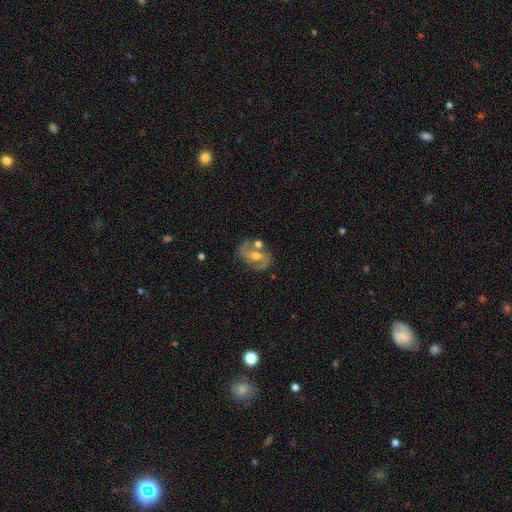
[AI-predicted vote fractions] Q: Smooth or featured?
A: featured or disk (79%); runner-up: smooth (13%)
Q: Edge-on disk?
A: no (97%); runner-up: yes (3%)
Q: Bar?
A: weak (41%); runner-up: no (36%)
Q: Spiral arms?
A: yes (88%); runner-up: no (12%)
Q: Spiral winding?
A: medium (49%); runner-up: loose (35%)
Q: Spiral arm count?
A: 2 (88%); runner-up: can't tell (6%)
Q: Bulge size?
A: moderate (67%); runner-up: small (27%)
Q: Merging?
A: none (66%); runner-up: minor disturbance (16%)